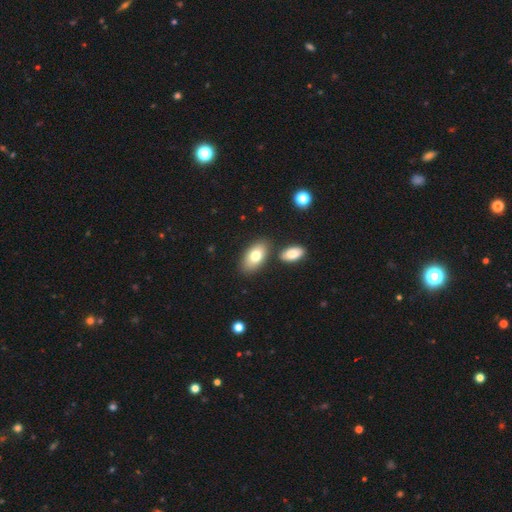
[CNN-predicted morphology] This appears to be a smooth galaxy with no disk features (77%) that is in between round and cigar-shaped (93%). Merging: none (77%).